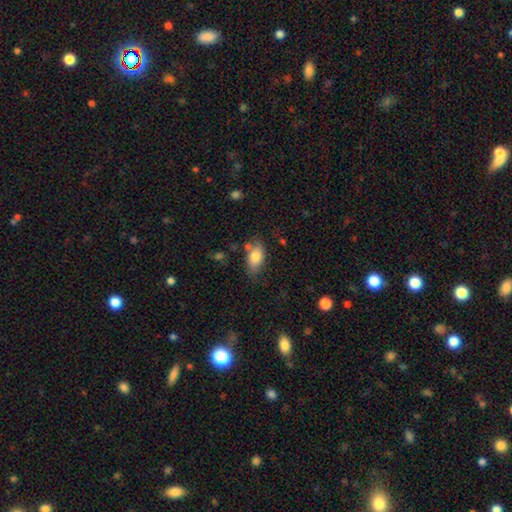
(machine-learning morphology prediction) type=smooth (78%); roundness=in between (90%); merging=none (65%).